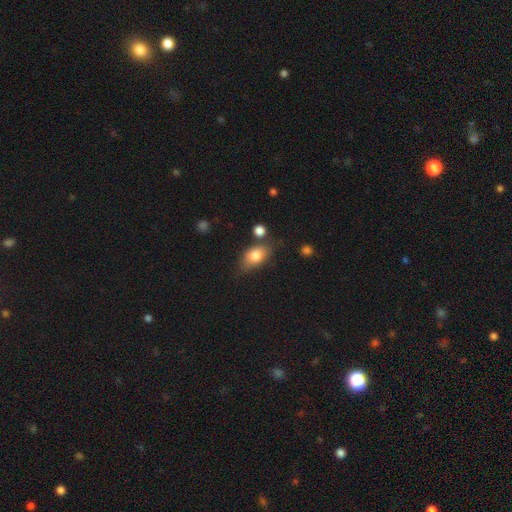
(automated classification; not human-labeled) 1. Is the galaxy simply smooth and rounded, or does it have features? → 80% smooth, 12% featured or disk, 8% star or artifact.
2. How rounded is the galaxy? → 85% in between, 12% round, 3% cigar-shaped.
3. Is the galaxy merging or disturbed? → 67% none, 20% minor disturbance, 8% merger, 5% major disturbance.